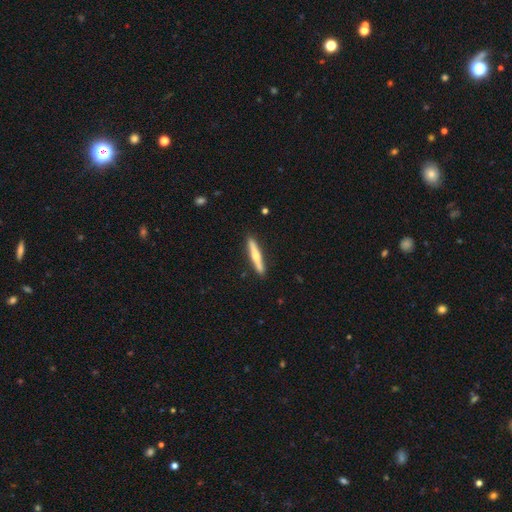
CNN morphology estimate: Smooth or featured?
  - featured or disk: 53% *
  - smooth: 43%
  - star or artifact: 5%
Edge-on disk?
  - yes: 96% *
  - no: 4%
Edge-on bulge?
  - rounded: 84% *
  - none: 12%
  - boxy: 5%
Merging?
  - none: 91% *
  - minor disturbance: 7%
  - major disturbance: 1%
  - merger: 1%